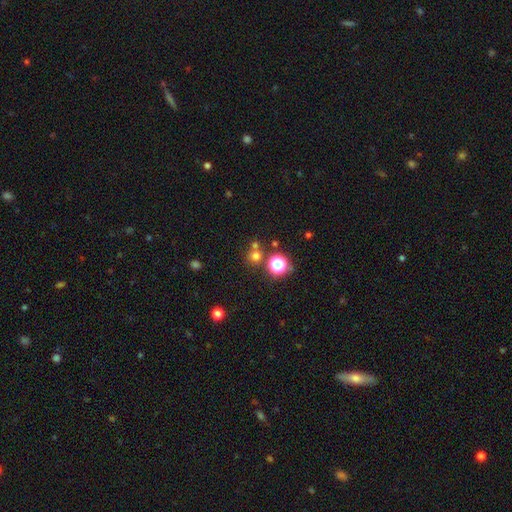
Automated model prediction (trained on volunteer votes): Smooth or featured?
  - smooth: 65% *
  - star or artifact: 28%
  - featured or disk: 7%
How rounded?
  - round: 91% *
  - in between: 8%
  - cigar-shaped: 1%
Merging?
  - none: 70% *
  - merger: 19%
  - minor disturbance: 7%
  - major disturbance: 3%